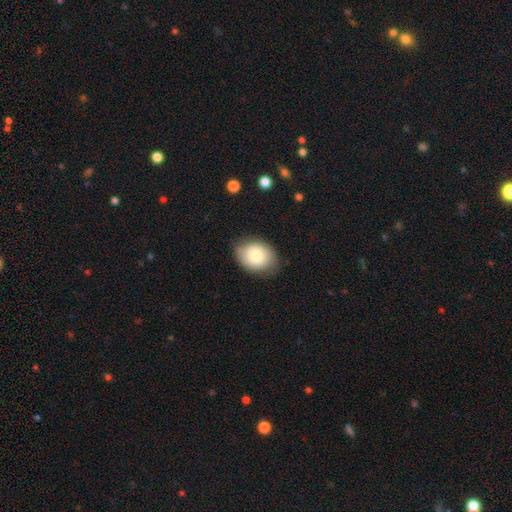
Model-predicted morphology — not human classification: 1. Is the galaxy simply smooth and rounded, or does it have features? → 72% smooth, 22% featured or disk, 7% star or artifact.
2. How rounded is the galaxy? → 66% in between, 33% round, 1% cigar-shaped.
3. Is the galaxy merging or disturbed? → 78% none, 17% minor disturbance, 4% major disturbance, 1% merger.